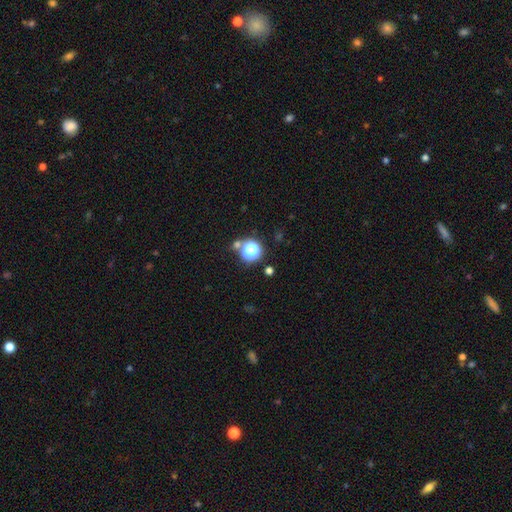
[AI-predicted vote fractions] A star or artifact, not a galaxy (57%).